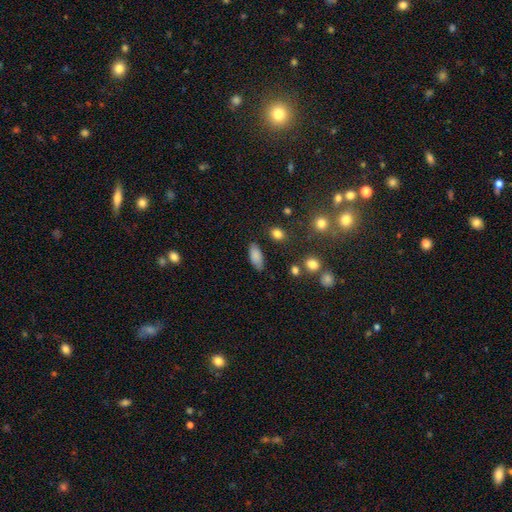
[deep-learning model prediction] The model was most divided on "merging": none: 82%, minor disturbance: 13%, major disturbance: 3%, merger: 2%. More confident: smooth or featured — smooth (85%); how rounded — in between (85%).